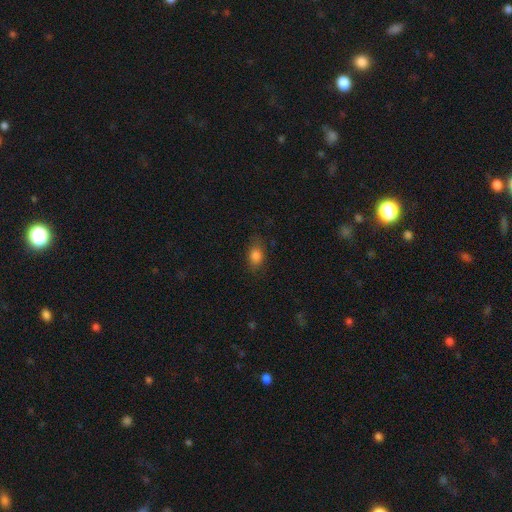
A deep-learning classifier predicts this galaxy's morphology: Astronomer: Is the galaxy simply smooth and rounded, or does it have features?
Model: smooth — 82%.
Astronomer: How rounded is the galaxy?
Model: in between — 75%.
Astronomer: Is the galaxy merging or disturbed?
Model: none — 77%.